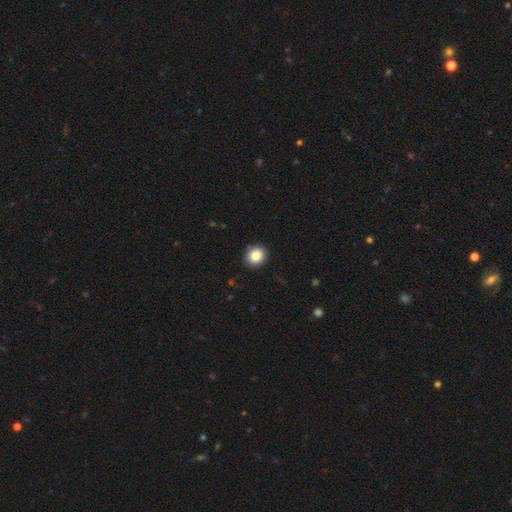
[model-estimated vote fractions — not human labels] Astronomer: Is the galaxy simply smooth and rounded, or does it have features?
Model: smooth — 86%.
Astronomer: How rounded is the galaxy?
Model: round — 80%.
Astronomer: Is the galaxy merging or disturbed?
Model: none — 89%.